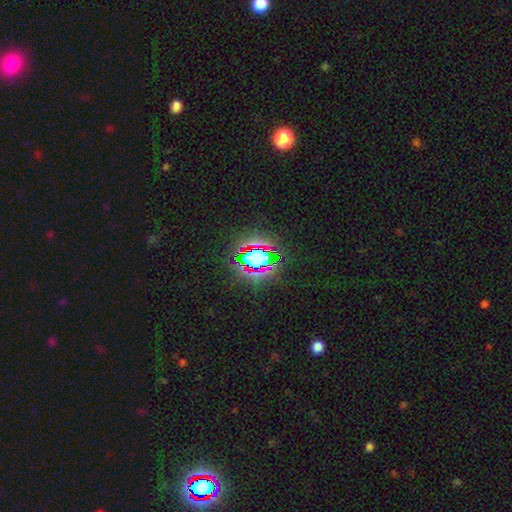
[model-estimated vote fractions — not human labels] Q: Smooth or featured?
A: star or artifact (71%); runner-up: smooth (17%)